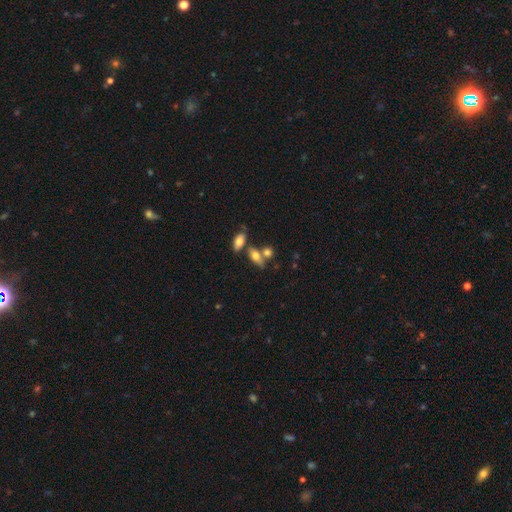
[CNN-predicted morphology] This appears to be a smooth galaxy with no disk features (66%) that is in between round and cigar-shaped (72%). Merging: none (51%).